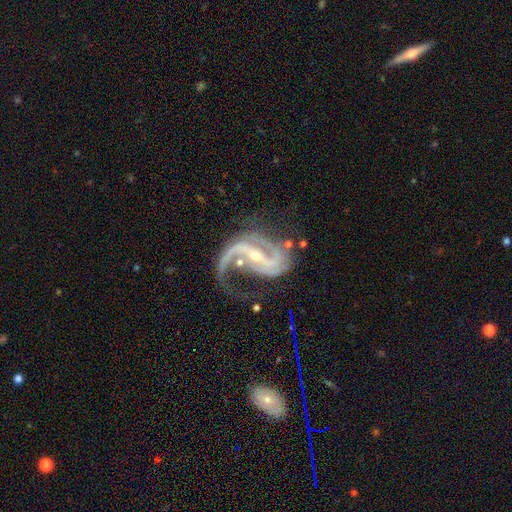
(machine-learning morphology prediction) Smooth or featured: featured or disk — 92% (star or artifact — 5%)
Edge-on disk: no — 97% (yes — 3%)
Bar: strong — 55% (weak — 30%)
Spiral arms: yes — 97% (no — 3%)
Spiral winding: loose — 49% (medium — 39%)
Spiral arm count: 2 — 75% (1 — 8%)
Bulge size: small — 73% (moderate — 23%)
Merging: none — 41% (major disturbance — 34%)